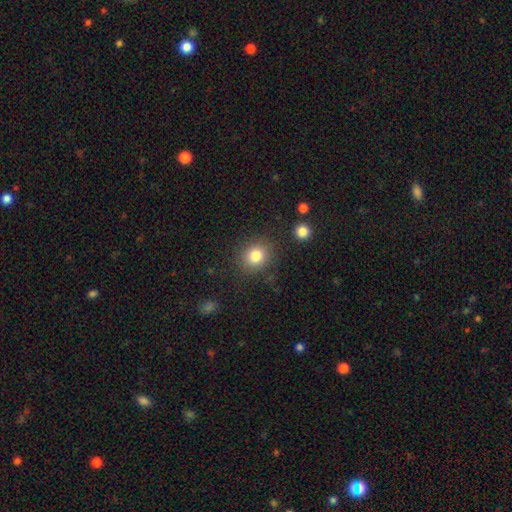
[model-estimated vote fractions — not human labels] Q: Smooth or featured?
A: smooth (81%); runner-up: star or artifact (12%)
Q: How rounded?
A: round (76%); runner-up: in between (23%)
Q: Merging?
A: none (85%); runner-up: minor disturbance (9%)